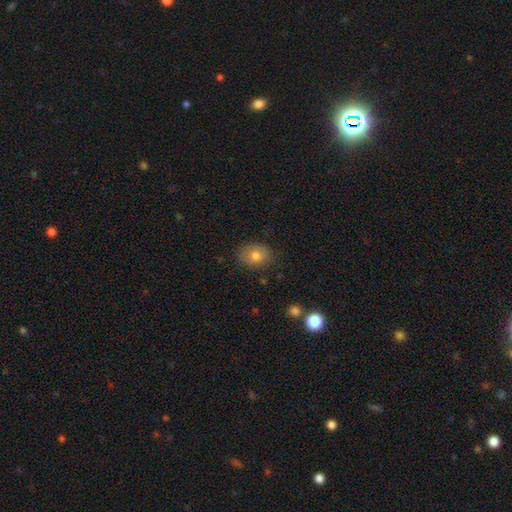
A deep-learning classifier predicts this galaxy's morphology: smooth 78%, featured or disk 12%, star or artifact 10%. Down the decision tree: how rounded — in between (61%); merging — none (82%).